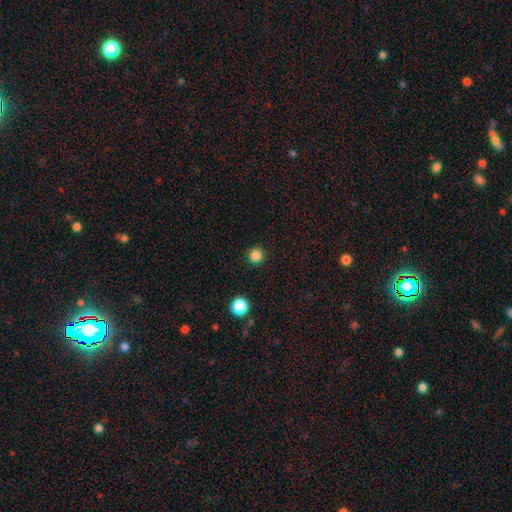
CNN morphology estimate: Smooth or featured? Predicted: smooth (p=0.84). How rounded? Predicted: round (p=0.96). Merging? Predicted: none (p=0.92).